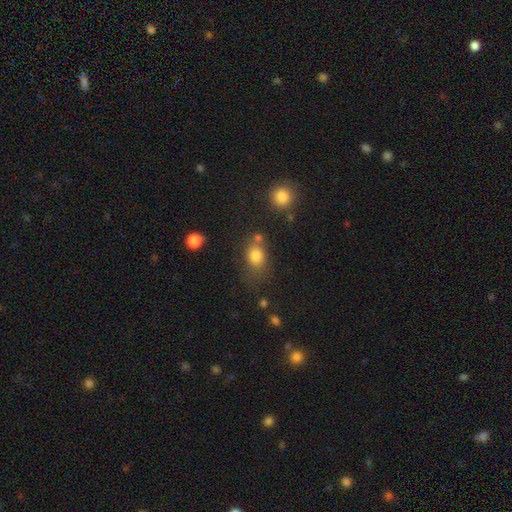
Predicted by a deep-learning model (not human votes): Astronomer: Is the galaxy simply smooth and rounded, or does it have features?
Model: smooth — 81%.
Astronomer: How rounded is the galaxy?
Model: in between — 56% (runner-up: round, 42%).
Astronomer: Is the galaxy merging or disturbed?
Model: none — 57%.